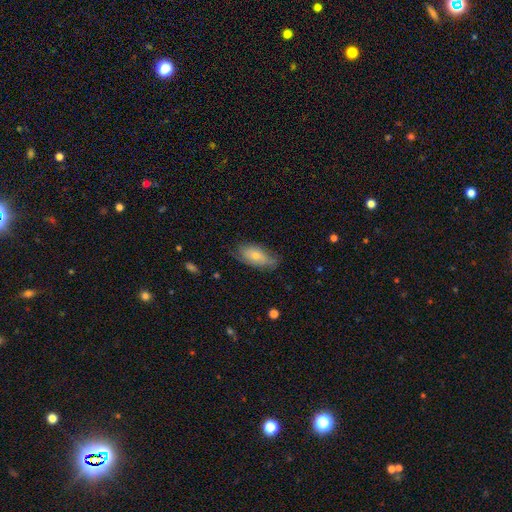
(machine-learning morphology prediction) Q: Smooth or featured?
A: smooth (66%); runner-up: featured or disk (27%)
Q: How rounded?
A: in between (88%); runner-up: cigar-shaped (9%)
Q: Merging?
A: none (63%); runner-up: minor disturbance (29%)